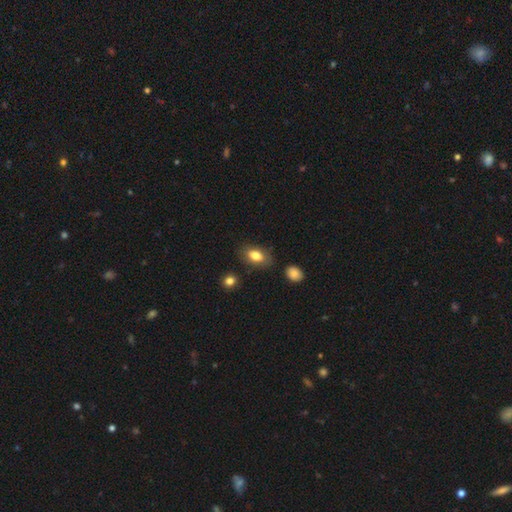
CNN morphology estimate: Smooth or featured? Predicted: smooth (p=0.81). How rounded? Predicted: in between (p=0.86). Merging? Predicted: none (p=0.81).